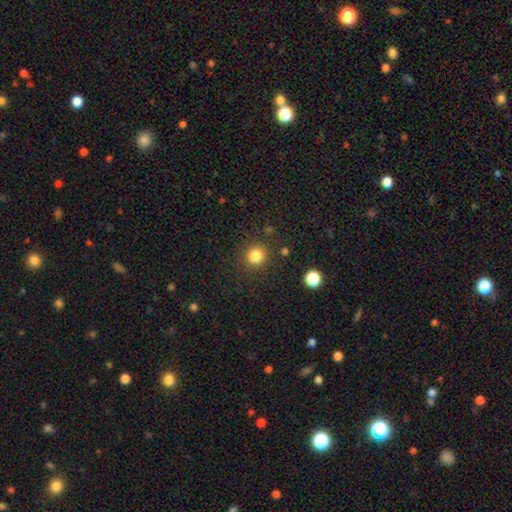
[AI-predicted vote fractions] Smooth or featured? Predicted: smooth (p=0.83). How rounded? Predicted: round (p=0.93). Merging? Predicted: none (p=0.89).